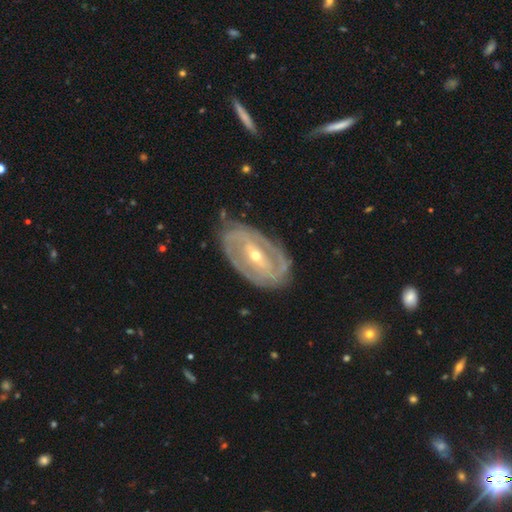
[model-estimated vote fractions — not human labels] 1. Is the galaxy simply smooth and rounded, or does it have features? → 85% featured or disk, 10% smooth, 5% star or artifact.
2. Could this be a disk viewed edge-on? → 94% no, 6% yes.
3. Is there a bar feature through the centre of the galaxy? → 41% strong, 36% weak, 23% no.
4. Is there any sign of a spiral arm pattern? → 84% yes, 16% no.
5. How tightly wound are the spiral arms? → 64% tight, 27% medium, 9% loose.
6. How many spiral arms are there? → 53% 2, 27% can't tell, 9% 3, 4% 1, 4% 4, 3% more than 4.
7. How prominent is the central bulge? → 54% small, 43% moderate, 1% large, 1% none, 1% dominant.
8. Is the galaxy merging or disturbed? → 74% none, 19% minor disturbance, 6% major disturbance, 2% merger.